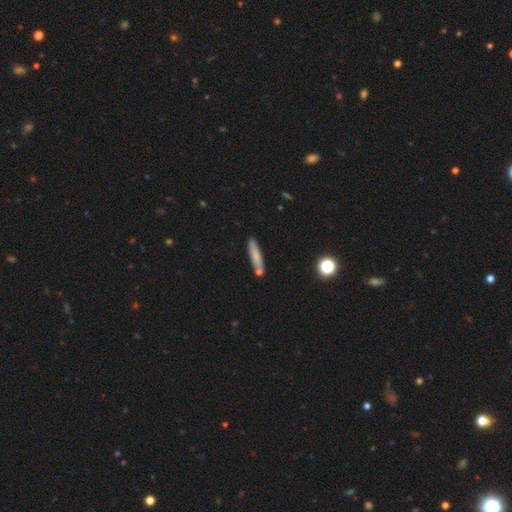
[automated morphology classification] smooth-or-featured: smooth: 73% | featured or disk: 20% | star or artifact: 8%
  how-rounded: cigar-shaped: 87% | in between: 11% | round: 2%
  merging: none: 76% | minor disturbance: 12% | merger: 10% | major disturbance: 3%